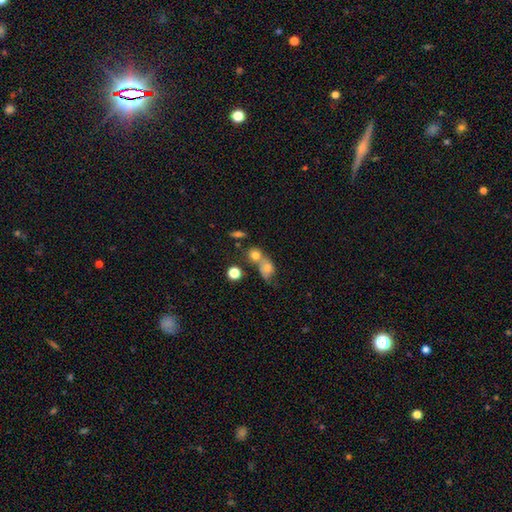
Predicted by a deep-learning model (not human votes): This is likely a smooth galaxy (67%). How rounded: likely round (67%). Merging: possibly merger (48%).